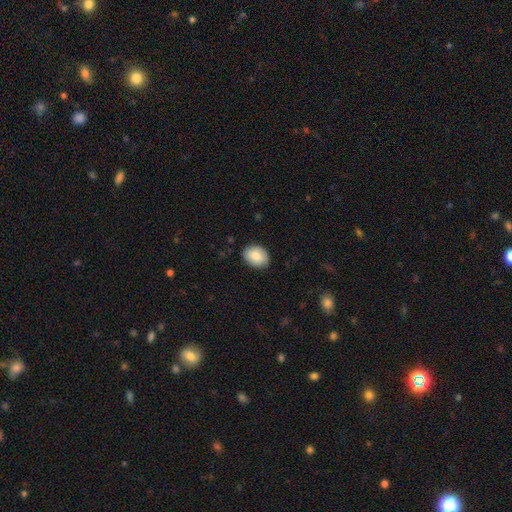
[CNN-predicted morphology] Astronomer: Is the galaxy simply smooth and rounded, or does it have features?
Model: smooth — 84%.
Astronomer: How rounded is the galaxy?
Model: in between — 66%.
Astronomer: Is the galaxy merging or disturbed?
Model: none — 85%.